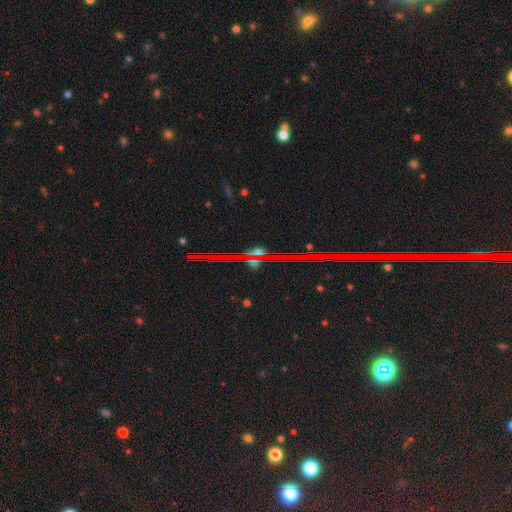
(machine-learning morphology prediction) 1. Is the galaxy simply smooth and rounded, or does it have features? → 73% star or artifact, 14% featured or disk, 14% smooth.